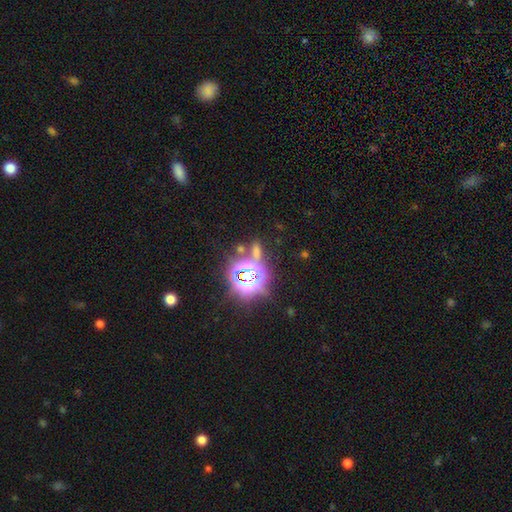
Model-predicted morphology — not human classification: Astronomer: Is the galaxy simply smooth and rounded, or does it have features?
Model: star or artifact — 78%.